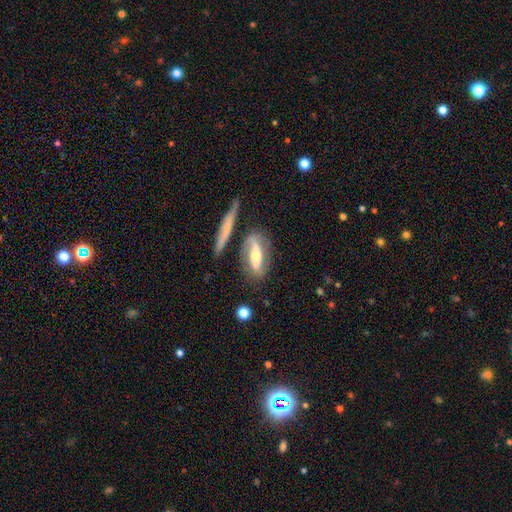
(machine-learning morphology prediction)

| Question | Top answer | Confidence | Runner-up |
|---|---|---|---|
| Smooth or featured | featured or disk | 62% | smooth (32%) |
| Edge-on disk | no | 68% | yes (32%) |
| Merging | none | 64% | minor disturbance (18%) |